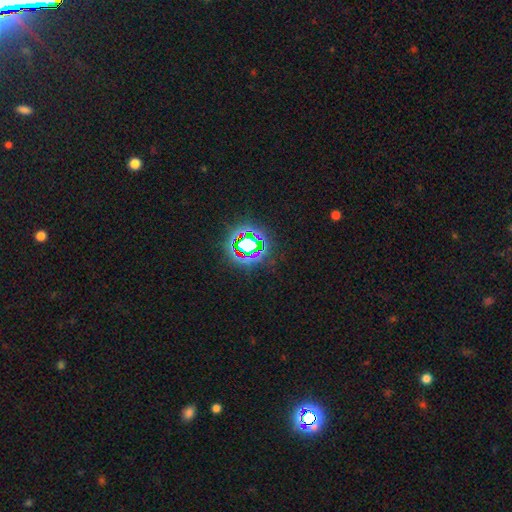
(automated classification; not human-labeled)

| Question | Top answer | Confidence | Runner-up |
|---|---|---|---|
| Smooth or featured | star or artifact | 79% | smooth (13%) |